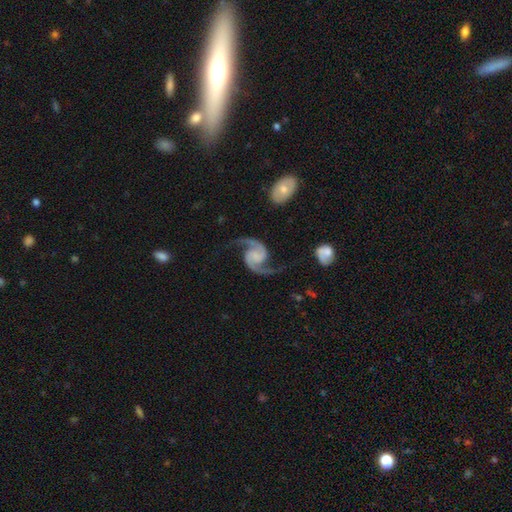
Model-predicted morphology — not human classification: Smooth or featured? featured or disk (93%)
Edge-on disk? no (98%)
Bar? no (57%)
Spiral arms? yes (99%)
Spiral winding? medium (47%)
Spiral arm count? 2 (95%)
Bulge size? none (51%)
Merging? none (79%)